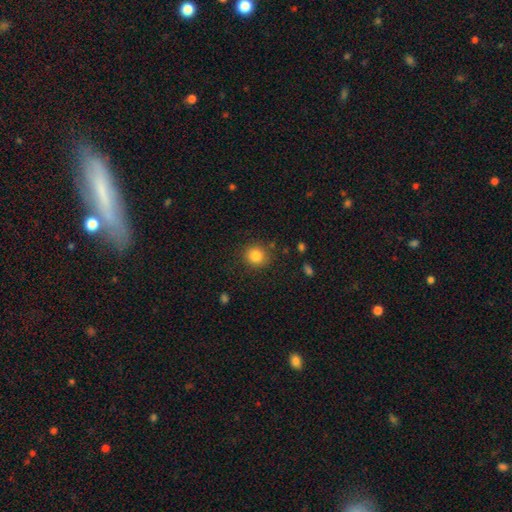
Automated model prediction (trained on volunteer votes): Q: Smooth or featured?
A: smooth (84%); runner-up: star or artifact (11%)
Q: How rounded?
A: round (87%); runner-up: in between (12%)
Q: Merging?
A: none (85%); runner-up: minor disturbance (9%)